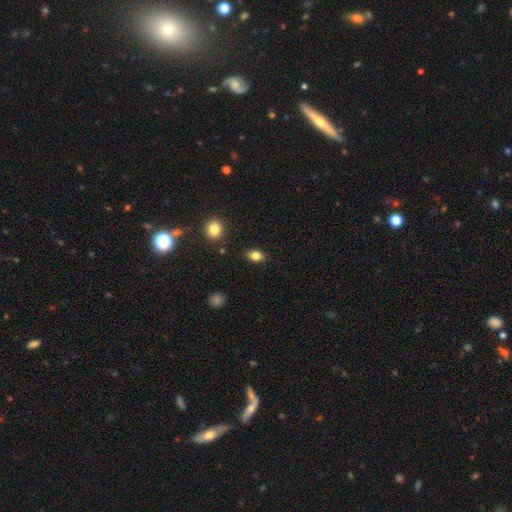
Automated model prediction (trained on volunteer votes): smooth_or_featured: smooth (p=0.80) [alt: featured or disk p=0.10]
how_rounded: in between (p=0.78) [alt: round p=0.19]
merging: none (p=0.85) [alt: minor disturbance p=0.10]